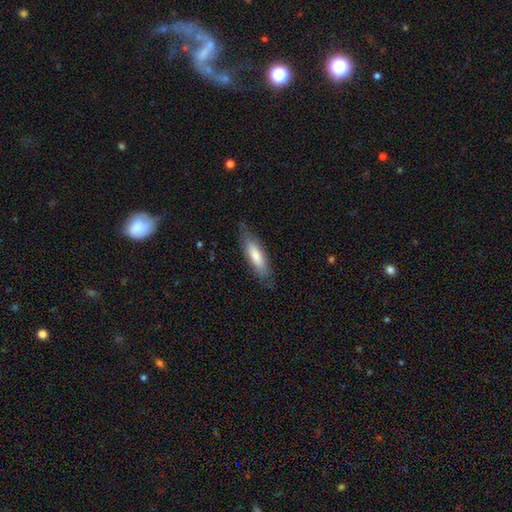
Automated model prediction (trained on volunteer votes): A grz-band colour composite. It shows a smooth galaxy with no disk features (70%) that is cigar-shaped (51%). Merging: none (78%).